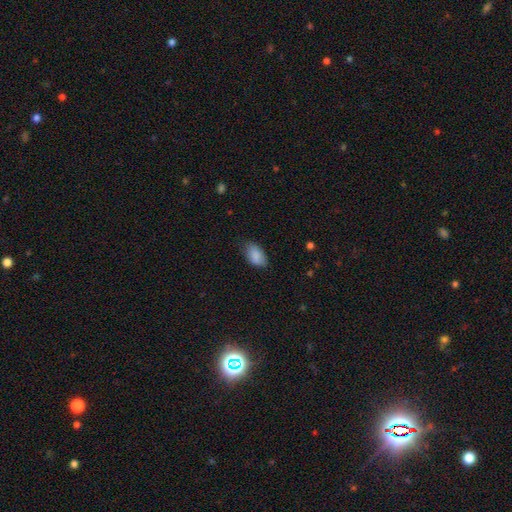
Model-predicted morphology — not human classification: This is clearly a smooth galaxy (88%). How rounded: clearly in between (93%). Merging: likely none (73%).